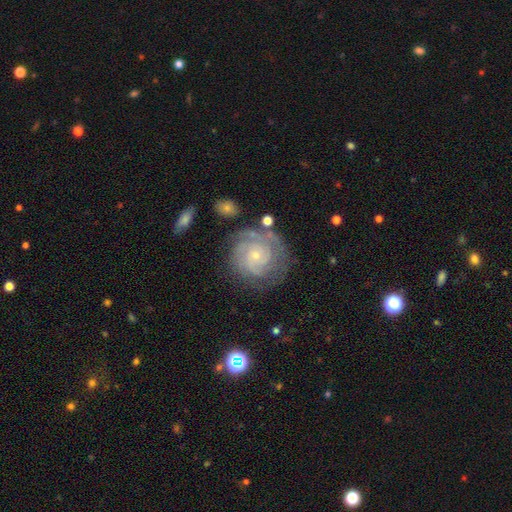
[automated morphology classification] Smooth or featured? featured or disk (80%)
Edge-on disk? no (98%)
Bar? no (79%)
Spiral arms? yes (94%)
Spiral winding? tight (73%)
Spiral arm count? can't tell (30%)
Bulge size? small (80%)
Merging? none (71%)